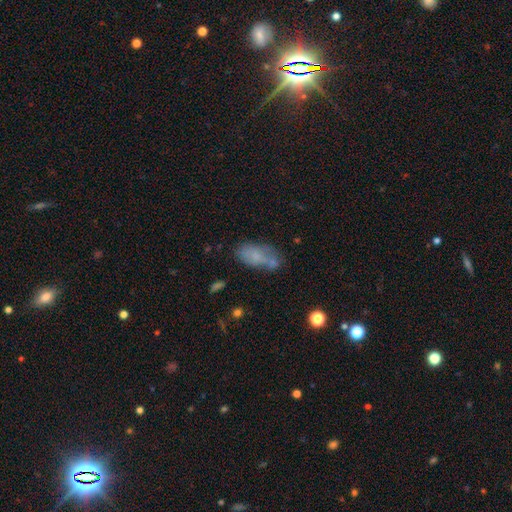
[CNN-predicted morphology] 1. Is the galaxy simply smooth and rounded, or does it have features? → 68% smooth, 21% featured or disk, 11% star or artifact.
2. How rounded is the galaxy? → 88% in between, 7% cigar-shaped, 5% round.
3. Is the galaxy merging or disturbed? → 43% none, 23% minor disturbance, 22% merger, 12% major disturbance.